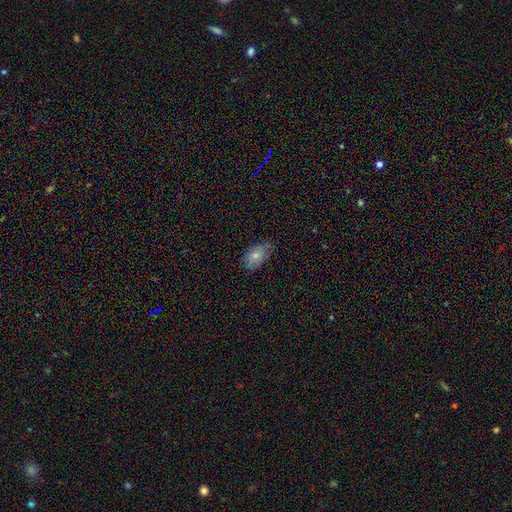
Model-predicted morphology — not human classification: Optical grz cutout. It shows a smooth galaxy with no disk features (78%) that is in between round and cigar-shaped (91%). Merging: none (72%).